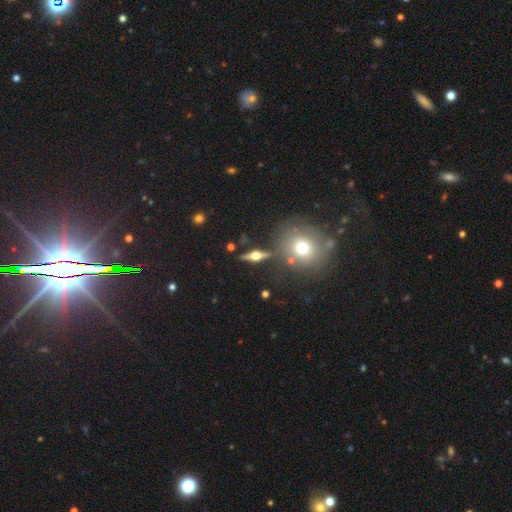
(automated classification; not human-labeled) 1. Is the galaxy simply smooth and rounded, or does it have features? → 77% featured or disk, 14% smooth, 8% star or artifact.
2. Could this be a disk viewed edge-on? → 95% yes, 5% no.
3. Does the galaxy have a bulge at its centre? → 97% rounded, 2% boxy, 1% none.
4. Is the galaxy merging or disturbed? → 85% none, 8% minor disturbance, 4% merger, 3% major disturbance.